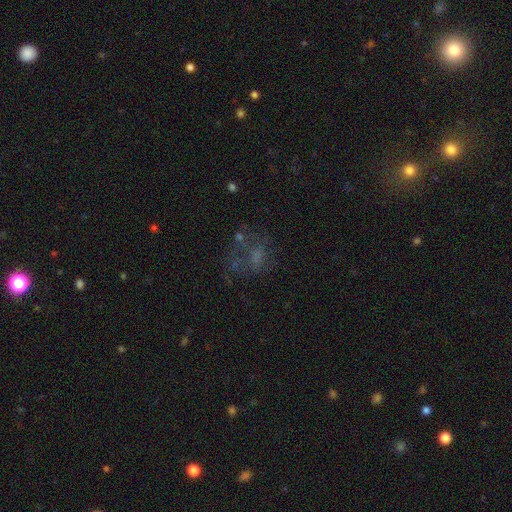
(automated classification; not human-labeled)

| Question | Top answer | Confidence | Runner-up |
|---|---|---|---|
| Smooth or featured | smooth | 38% | featured or disk (36%) |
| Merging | none | 42% | major disturbance (32%) |